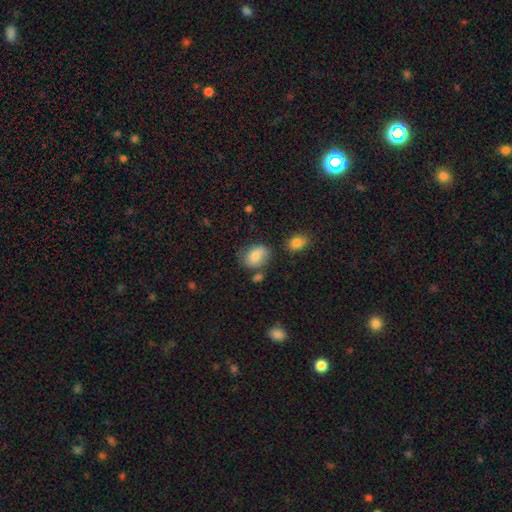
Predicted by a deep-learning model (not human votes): This is likely a smooth galaxy (78%). How rounded: likely in between (69%). Merging: possibly none (59%).